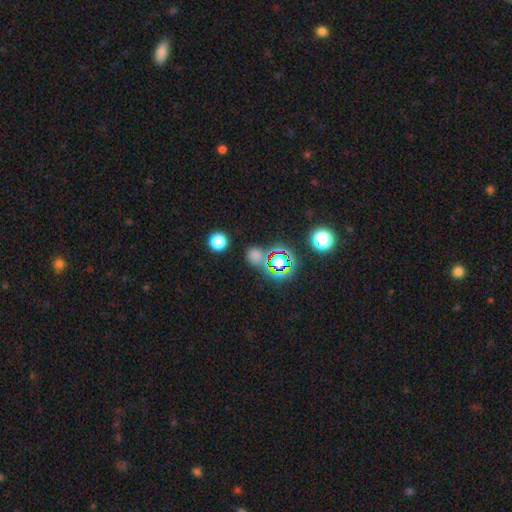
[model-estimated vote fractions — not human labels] Smooth or featured? smooth (50%)
How rounded? round (79%)
Merging? none (70%)